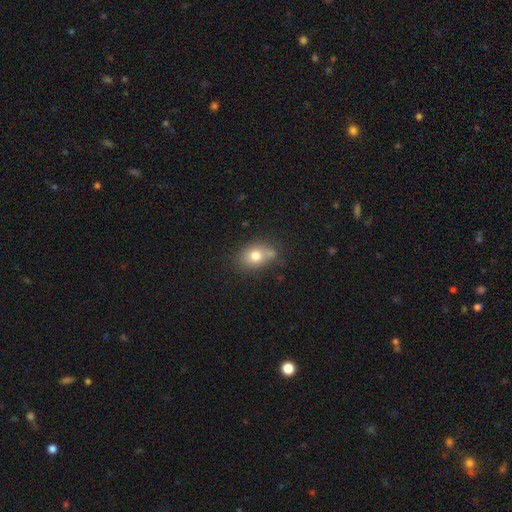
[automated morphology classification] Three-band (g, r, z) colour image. It shows a smooth galaxy with no disk features (76%) that is in between round and cigar-shaped (65%). Merging: none (57%).